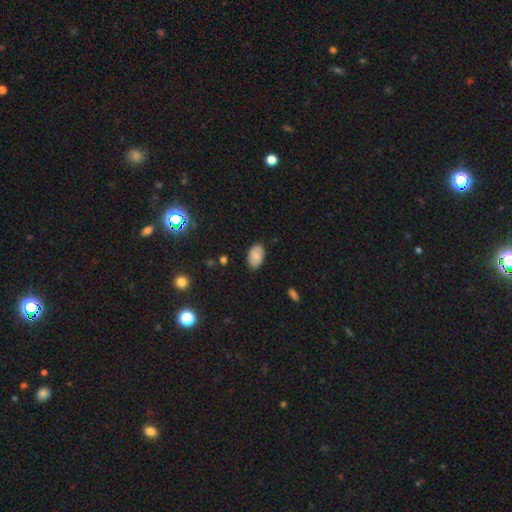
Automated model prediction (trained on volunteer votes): Overall: smooth (81%). How rounded: in between (92%). Merging: none (86%).